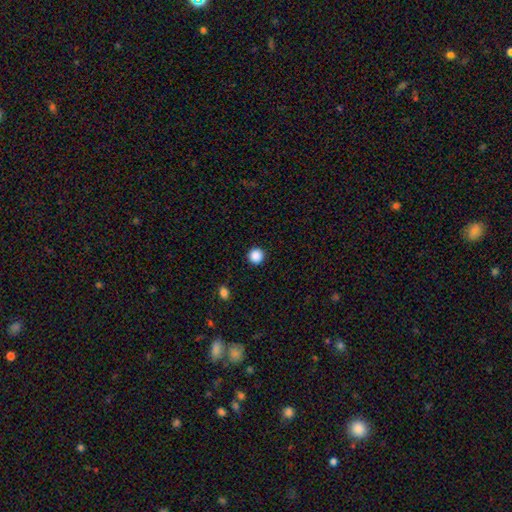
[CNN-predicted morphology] smooth 88%, star or artifact 10%, featured or disk 2%. Down the decision tree: how rounded — round (96%); merging — none (93%).